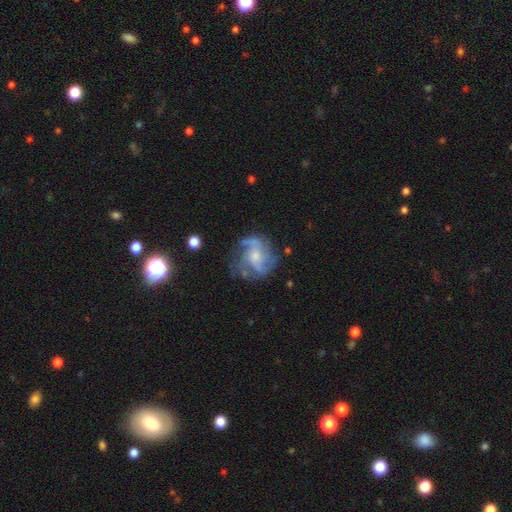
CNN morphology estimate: Smooth or featured: featured or disk — 79% (smooth — 13%)
Edge-on disk: no — 97% (yes — 3%)
Bar: no — 62% (weak — 32%)
Spiral arms: yes — 90% (no — 10%)
Spiral winding: medium — 47% (loose — 32%)
Spiral arm count: 3 — 33% (can't tell — 22%)
Bulge size: moderate — 43% (small — 42%)
Merging: none — 63% (minor disturbance — 19%)